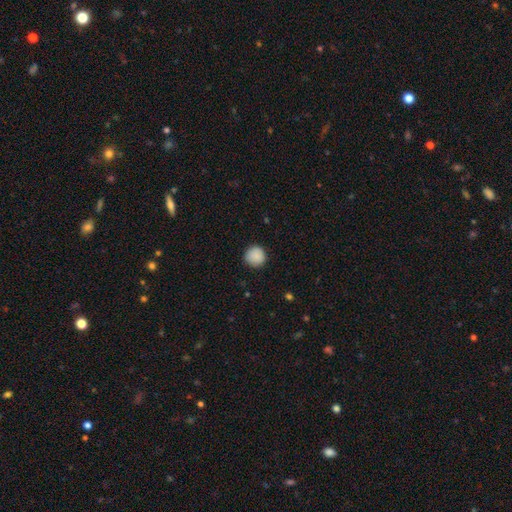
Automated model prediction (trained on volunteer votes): smooth-or-featured: smooth: 89% | star or artifact: 8% | featured or disk: 3%
  how-rounded: round: 95% | in between: 4% | cigar-shaped: 1%
  merging: none: 89% | minor disturbance: 8% | major disturbance: 2% | merger: 1%